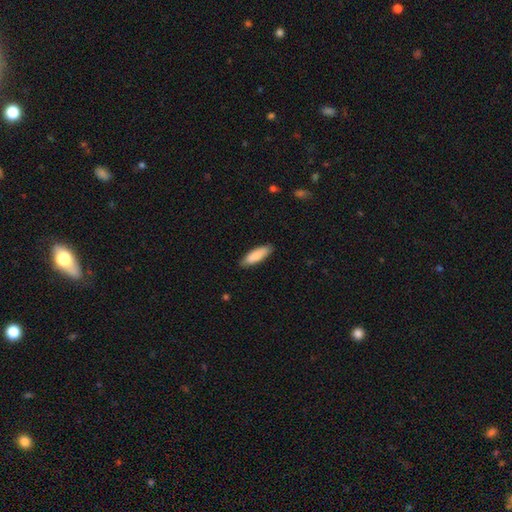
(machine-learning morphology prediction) smooth 87%, featured or disk 8%, star or artifact 5%. Down the decision tree: how rounded — in between (56%); merging — none (85%).